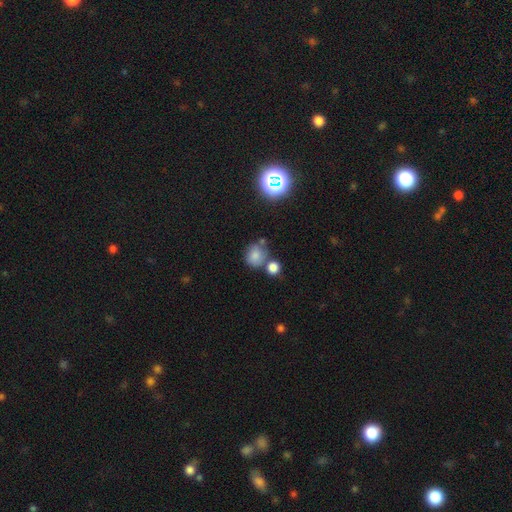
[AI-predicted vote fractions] Smooth or featured: smooth — 77% (star or artifact — 14%)
How rounded: round — 77% (in between — 22%)
Merging: none — 56% (merger — 24%)